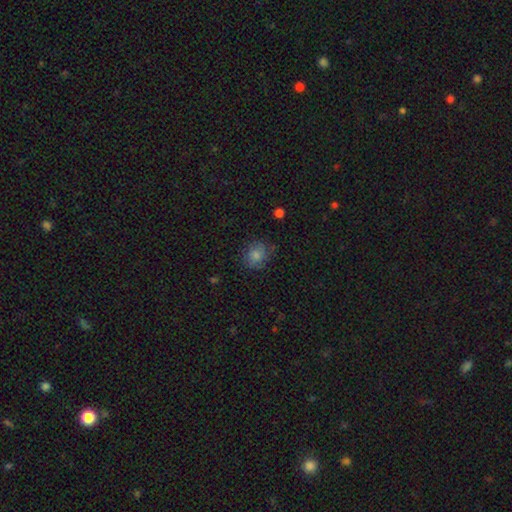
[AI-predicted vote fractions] Smooth or featured? Predicted: smooth (p=0.76). How rounded? Predicted: round (p=0.73). Merging? Predicted: none (p=0.77).